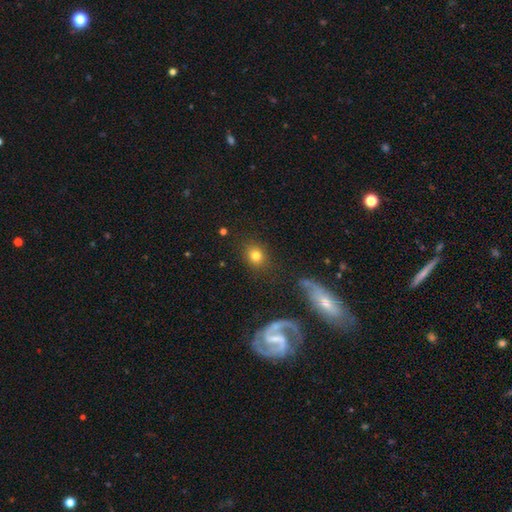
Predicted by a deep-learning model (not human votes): Q: Smooth or featured?
A: smooth (78%); runner-up: star or artifact (13%)
Q: How rounded?
A: round (67%); runner-up: in between (32%)
Q: Merging?
A: none (85%); runner-up: minor disturbance (9%)